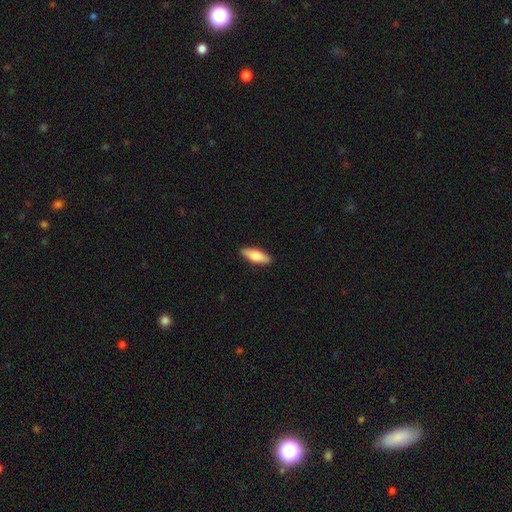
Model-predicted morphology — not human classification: A smooth galaxy with no disk features (70%) that is in between round and cigar-shaped (58%). Merging: none (90%).